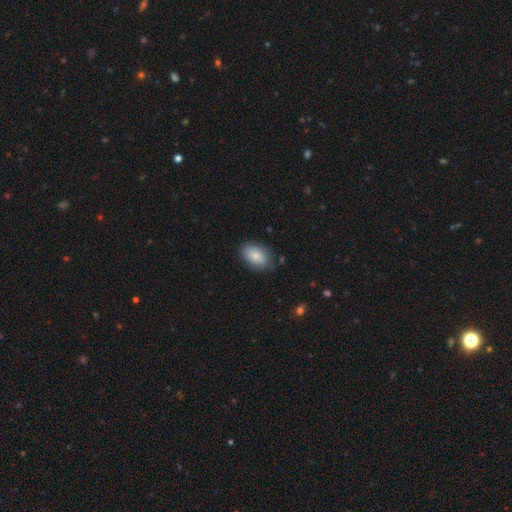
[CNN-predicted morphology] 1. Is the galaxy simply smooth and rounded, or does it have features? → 85% smooth, 9% featured or disk, 7% star or artifact.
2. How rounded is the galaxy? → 91% in between, 8% round, 1% cigar-shaped.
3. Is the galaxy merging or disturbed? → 78% none, 17% minor disturbance, 3% major disturbance, 2% merger.